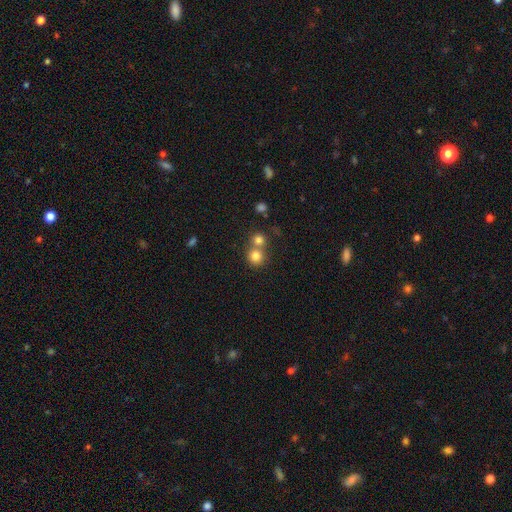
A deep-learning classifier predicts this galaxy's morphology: Smooth or featured?
  - smooth: 80% *
  - star or artifact: 12%
  - featured or disk: 8%
How rounded?
  - round: 90% *
  - in between: 10%
  - cigar-shaped: 1%
Merging?
  - none: 50% *
  - merger: 41%
  - minor disturbance: 6%
  - major disturbance: 2%